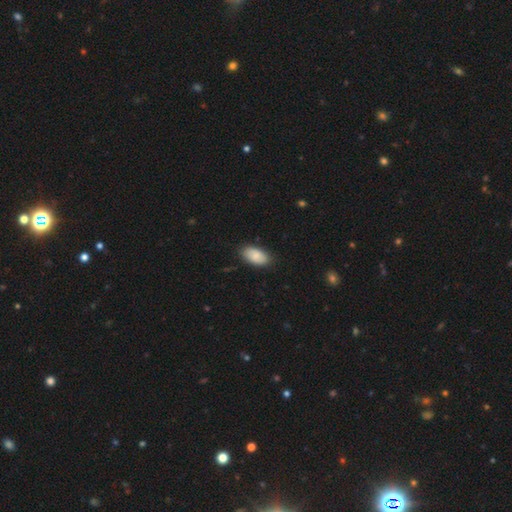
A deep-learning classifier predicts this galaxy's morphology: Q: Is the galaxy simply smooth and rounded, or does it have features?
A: smooth — 86%.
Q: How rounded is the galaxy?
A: in between — 94%.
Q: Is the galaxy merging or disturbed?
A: none — 84%.